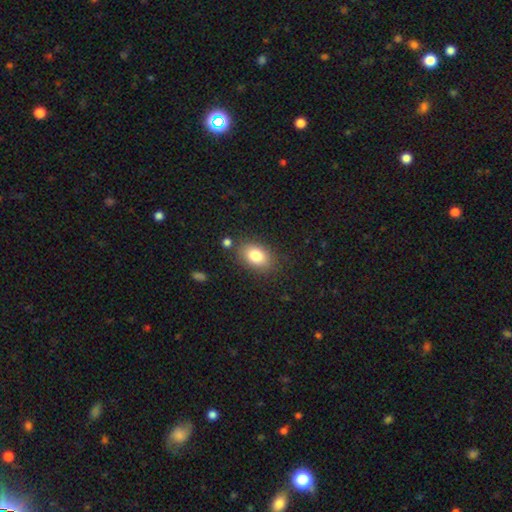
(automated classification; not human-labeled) Morphology: type=smooth (82%); roundness=in between (80%); merging=none (81%).